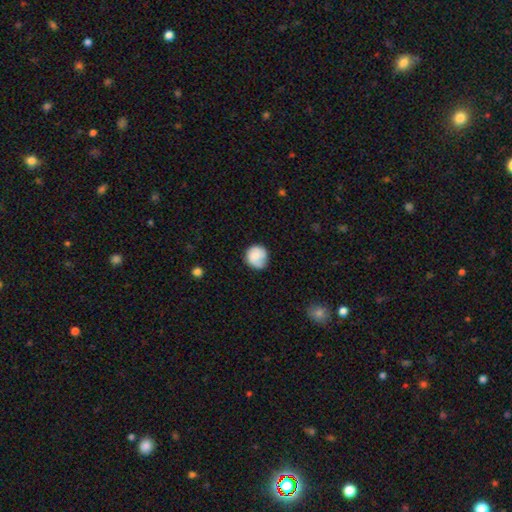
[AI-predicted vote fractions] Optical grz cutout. It shows a smooth galaxy with no disk features (80%) that is round (88%). Merging: none (67%).